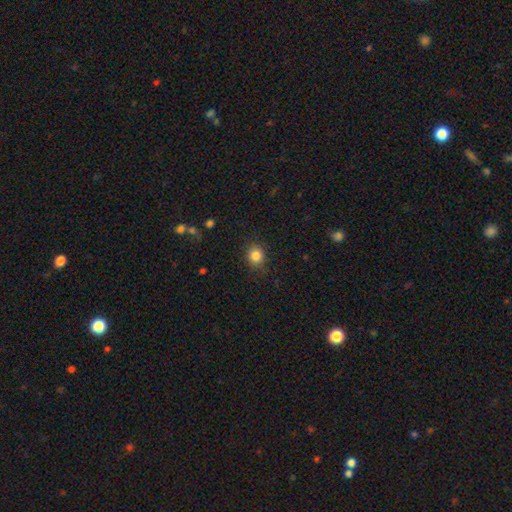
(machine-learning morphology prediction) smooth-or-featured: smooth: 84% | star or artifact: 11% | featured or disk: 5%
  how-rounded: round: 81% | in between: 19% | cigar-shaped: 1%
  merging: none: 85% | minor disturbance: 11% | major disturbance: 3% | merger: 1%